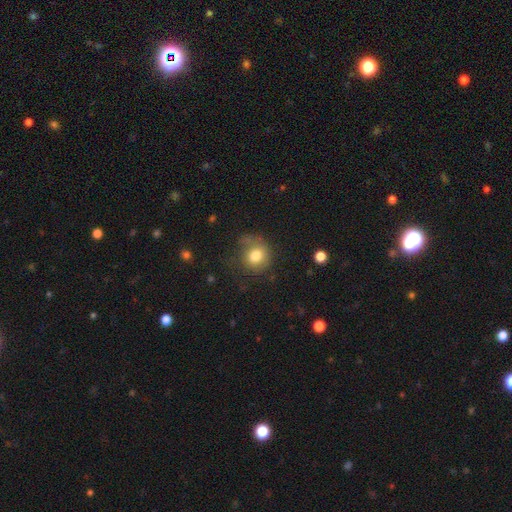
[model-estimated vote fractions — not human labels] A smooth galaxy with no disk features (77%) that is round (78%).

Vote fractions:
- Smooth or featured? smooth: 77% / featured or disk: 13% / star or artifact: 9%
- How rounded? round: 78% / in between: 21% / cigar-shaped: 1%
- Merging? none: 51% / minor disturbance: 26% / major disturbance: 20% / merger: 3%